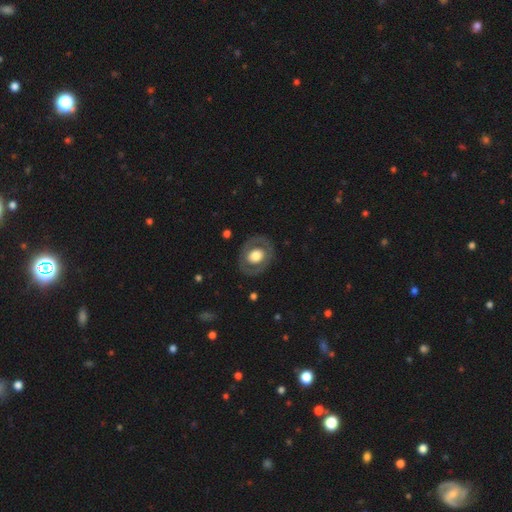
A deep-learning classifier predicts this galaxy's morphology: Smooth or featured? Predicted: featured or disk (p=0.50). Merging? Predicted: none (p=0.81).